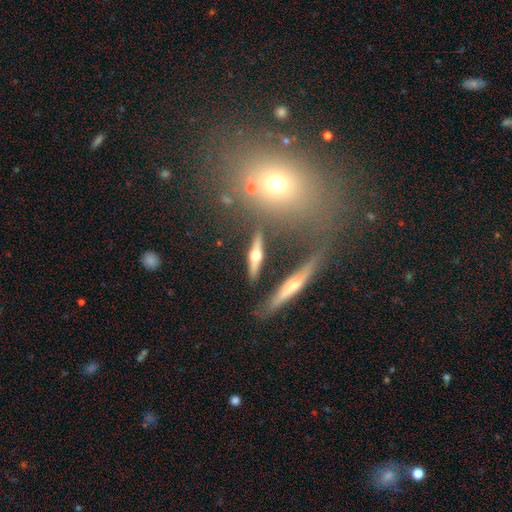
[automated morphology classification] A featured or disk galaxy (63%) viewed edge-on (92%) with a rounded central bulge (94%). Merging: none (79%).